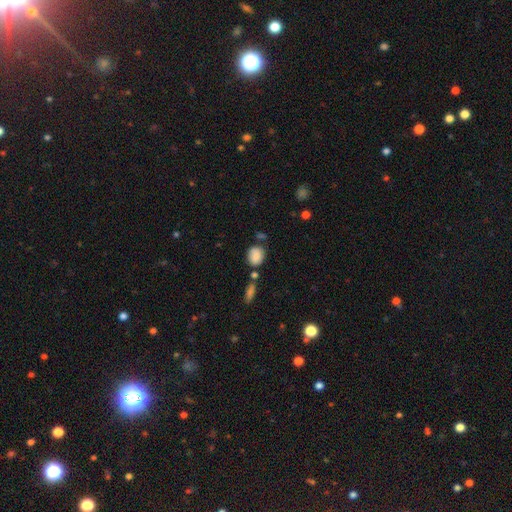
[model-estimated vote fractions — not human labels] Smooth or featured: smooth — 83% (star or artifact — 9%)
How rounded: round — 55% (in between — 43%)
Merging: none — 61% (minor disturbance — 20%)